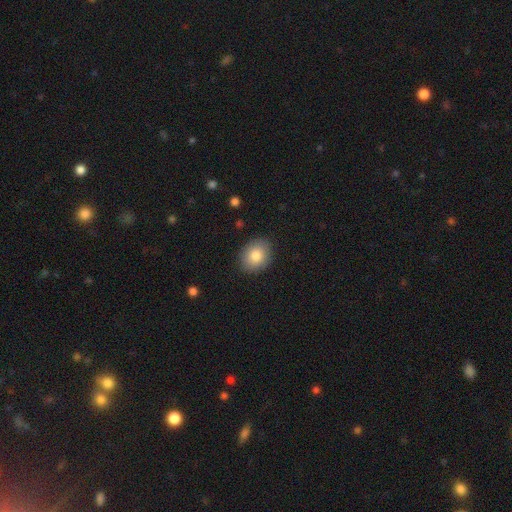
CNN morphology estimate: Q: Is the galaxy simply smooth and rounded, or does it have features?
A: smooth — 84%.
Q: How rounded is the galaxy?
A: in between — 57%.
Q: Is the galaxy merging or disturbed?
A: none — 88%.